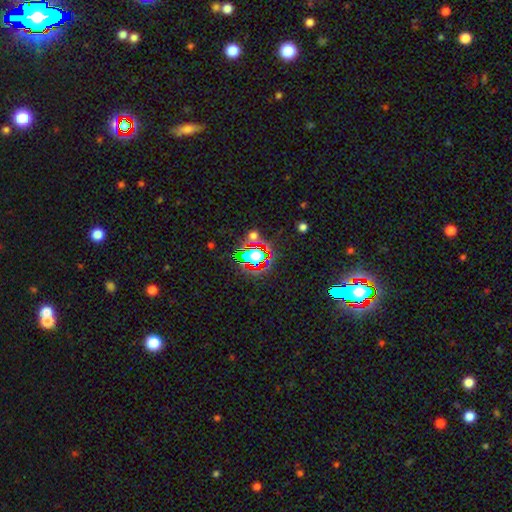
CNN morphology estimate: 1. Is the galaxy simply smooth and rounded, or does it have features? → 60% star or artifact, 26% smooth, 14% featured or disk.